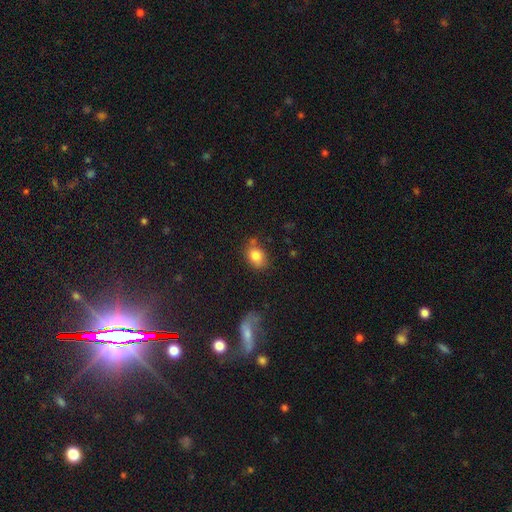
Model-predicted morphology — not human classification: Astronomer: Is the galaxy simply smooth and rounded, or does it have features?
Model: smooth — 82%.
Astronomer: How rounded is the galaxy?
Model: in between — 65%.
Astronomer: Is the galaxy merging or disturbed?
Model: none — 65%.